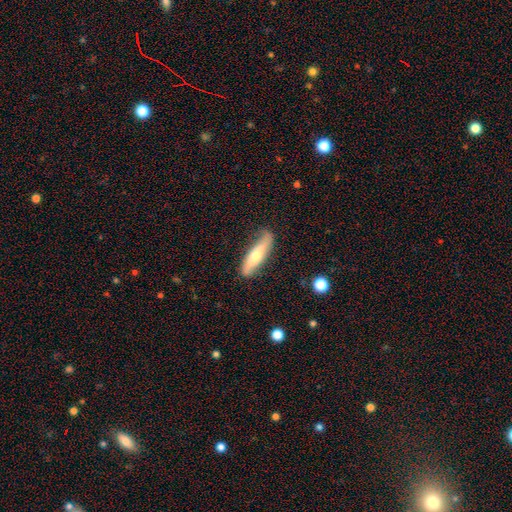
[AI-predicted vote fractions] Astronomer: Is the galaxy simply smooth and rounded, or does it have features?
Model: smooth — 52% (runner-up: featured or disk, 43%).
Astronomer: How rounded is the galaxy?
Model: cigar-shaped — 75%.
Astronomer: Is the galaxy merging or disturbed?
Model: none — 72%.